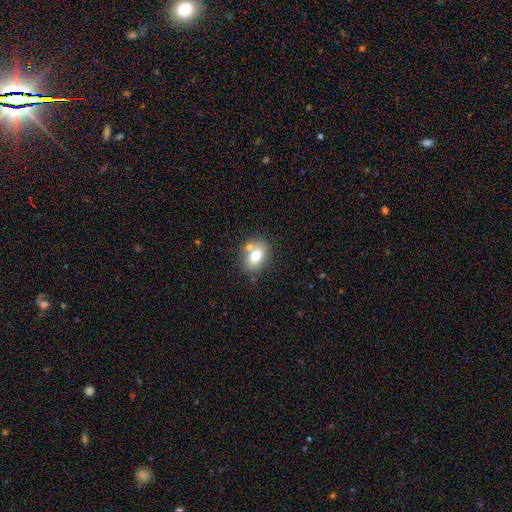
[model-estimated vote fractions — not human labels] Smooth or featured: smooth — 71% (featured or disk — 19%)
How rounded: in between — 63% (round — 36%)
Merging: none — 63% (merger — 19%)